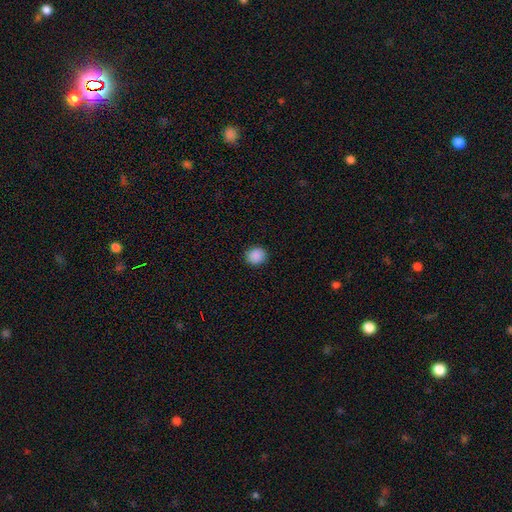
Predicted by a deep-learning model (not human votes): Q: Smooth or featured?
A: smooth (89%); runner-up: star or artifact (9%)
Q: How rounded?
A: round (84%); runner-up: in between (15%)
Q: Merging?
A: none (91%); runner-up: minor disturbance (6%)